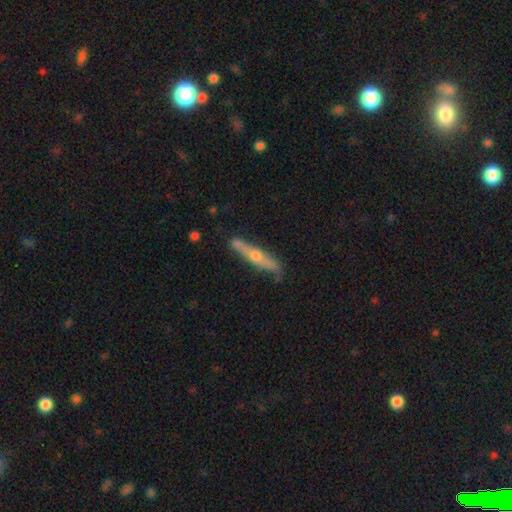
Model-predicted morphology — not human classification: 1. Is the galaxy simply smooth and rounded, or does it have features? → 62% featured or disk, 32% smooth, 6% star or artifact.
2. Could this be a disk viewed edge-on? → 91% yes, 9% no.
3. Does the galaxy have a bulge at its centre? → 85% rounded, 10% none, 5% boxy.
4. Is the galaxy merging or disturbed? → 77% none, 17% minor disturbance, 4% merger, 3% major disturbance.